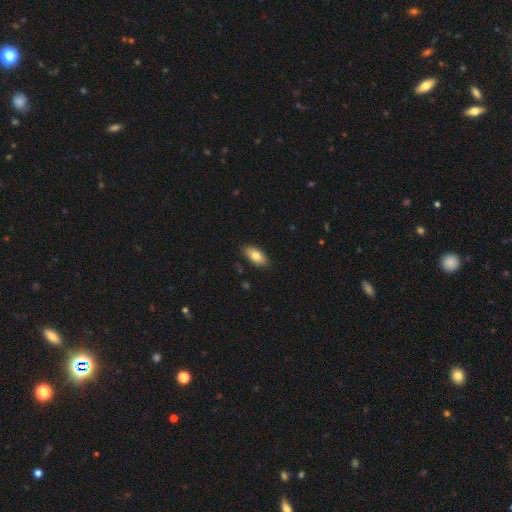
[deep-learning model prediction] Morphology: type=smooth (78%); roundness=in between (88%); merging=none (87%).